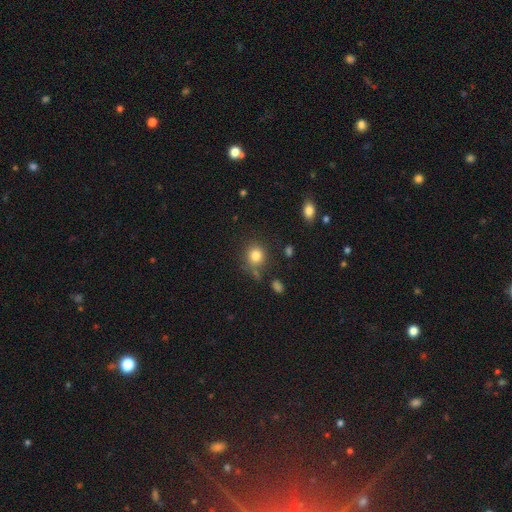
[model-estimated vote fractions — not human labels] This appears to be a smooth galaxy with no disk features (82%) that is round (84%). Merging: none (74%).